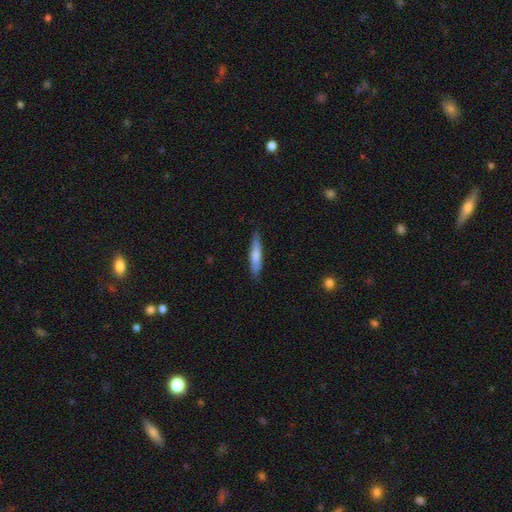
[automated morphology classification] Overall: smooth (71%). How rounded: cigar-shaped (86%). Merging: none (86%).